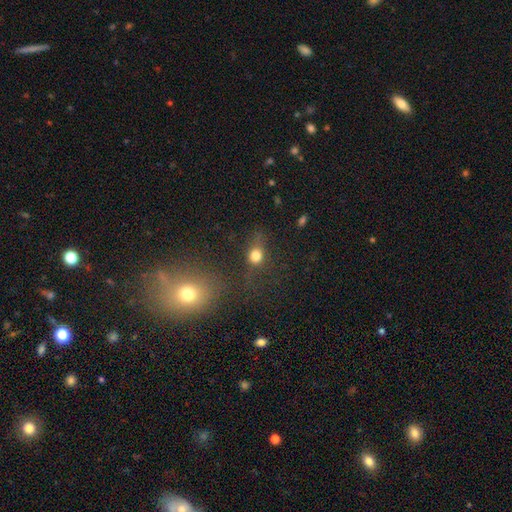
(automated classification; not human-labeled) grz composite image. It shows a smooth galaxy with no disk features (73%) that is round (70%). Merging: none (59%).